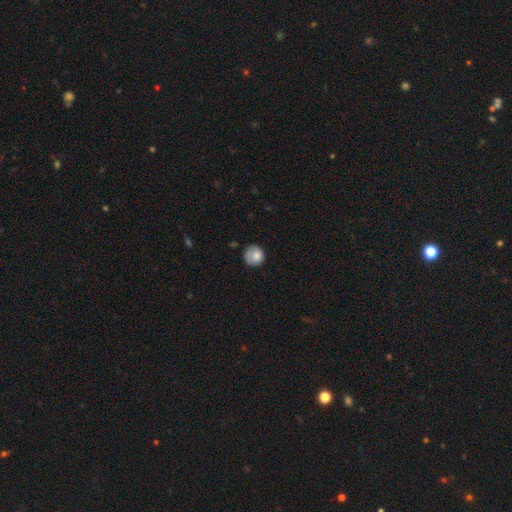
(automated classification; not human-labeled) Smooth or featured? Predicted: smooth (p=0.76). How rounded? Predicted: round (p=0.85). Merging? Predicted: none (p=0.62).